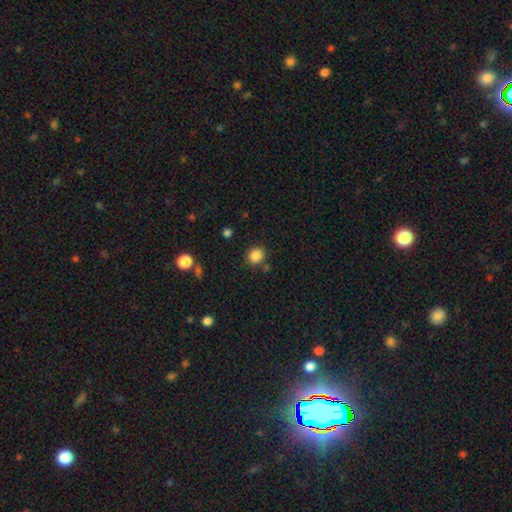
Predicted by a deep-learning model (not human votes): The model was most divided on "how rounded": round: 81%, in between: 19%, cigar-shaped: 1%. More confident: smooth or featured — smooth (86%); merging — none (80%).